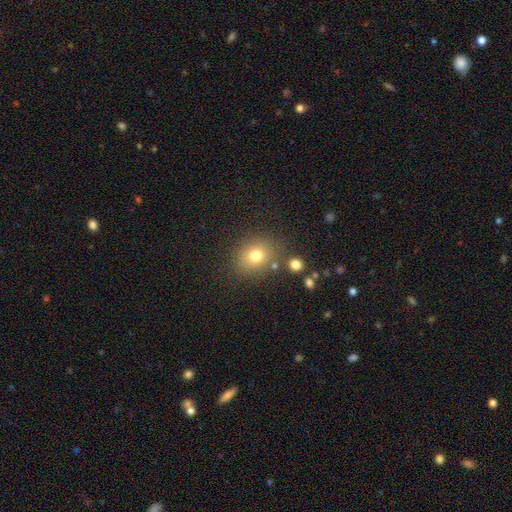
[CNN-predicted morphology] Smooth or featured? Predicted: smooth (p=0.75). How rounded? Predicted: round (p=0.64). Merging? Predicted: none (p=0.78).